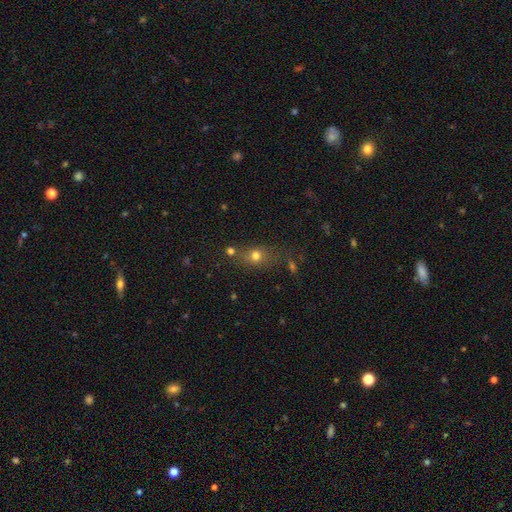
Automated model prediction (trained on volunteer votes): Smooth or featured?
  - smooth: 70% *
  - star or artifact: 17%
  - featured or disk: 13%
How rounded?
  - round: 51% *
  - in between: 45%
  - cigar-shaped: 4%
Merging?
  - none: 61% *
  - merger: 16%
  - minor disturbance: 15%
  - major disturbance: 8%